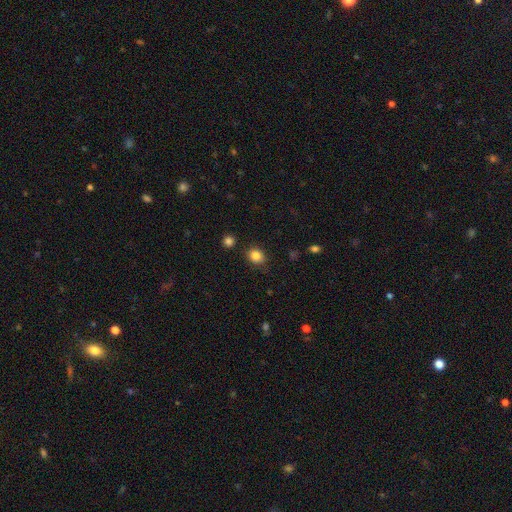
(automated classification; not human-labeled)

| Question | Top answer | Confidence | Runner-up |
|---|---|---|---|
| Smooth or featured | smooth | 84% | star or artifact (11%) |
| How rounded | round | 69% | in between (30%) |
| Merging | none | 84% | minor disturbance (10%) |